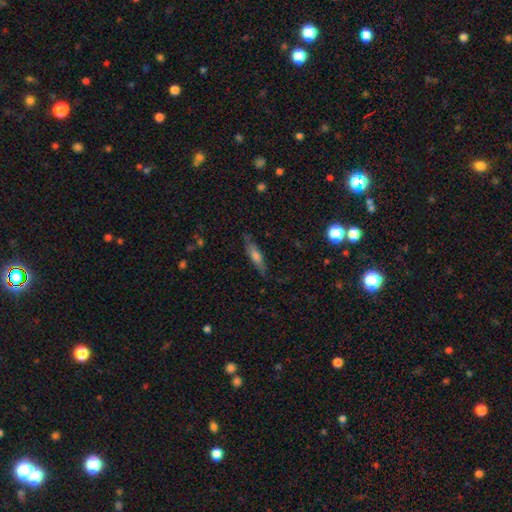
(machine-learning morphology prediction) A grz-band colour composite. It shows a smooth galaxy with no disk features (52%) that is cigar-shaped (69%). Merging: none (78%).